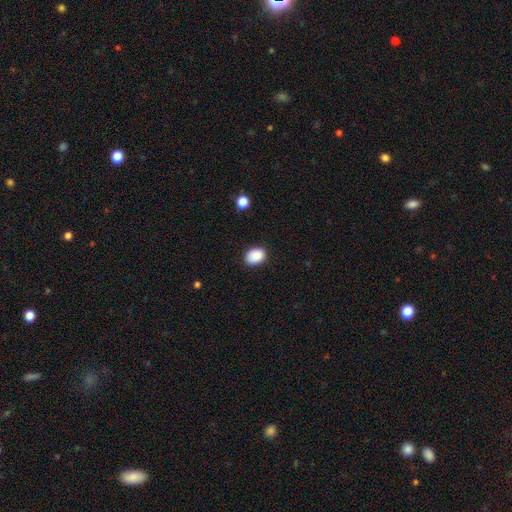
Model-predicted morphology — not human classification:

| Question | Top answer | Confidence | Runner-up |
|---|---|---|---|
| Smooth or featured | smooth | 89% | star or artifact (8%) |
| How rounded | in between | 73% | round (26%) |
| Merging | none | 86% | minor disturbance (11%) |